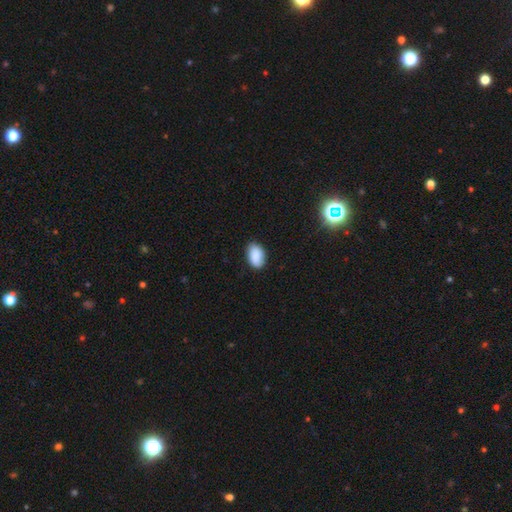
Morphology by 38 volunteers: smooth_or_featured: smooth (p=0.97) [alt: featured or disk p=0.03]
how_rounded: in between (p=0.95) [alt: round p=0.05]
merging: none (p=0.74) [alt: minor disturbance p=0.26]